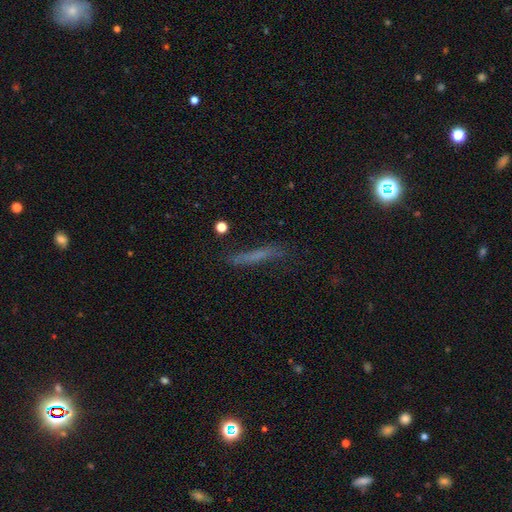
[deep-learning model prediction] A smooth galaxy with no disk features (53%) that is cigar-shaped (90%). Merging: none (72%).